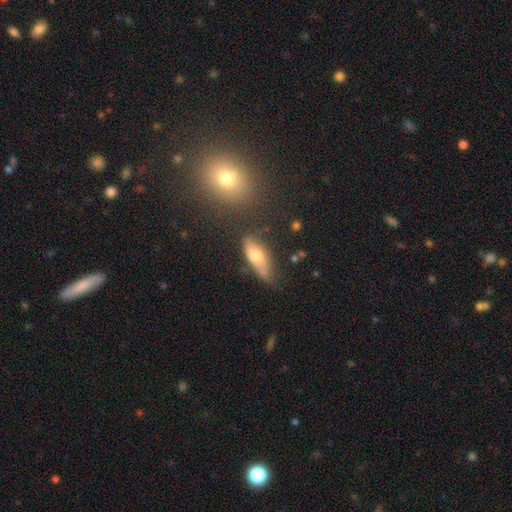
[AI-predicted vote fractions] smooth 59%, featured or disk 31%, star or artifact 10%. Down the decision tree: how rounded — in between (59%); merging — none (66%).